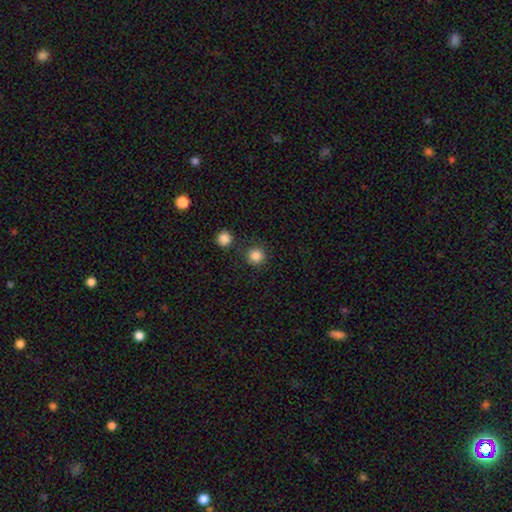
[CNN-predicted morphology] smooth-or-featured: smooth: 86% | star or artifact: 11% | featured or disk: 3%
  how-rounded: round: 95% | in between: 4% | cigar-shaped: 1%
  merging: none: 85% | minor disturbance: 7% | merger: 5% | major disturbance: 3%